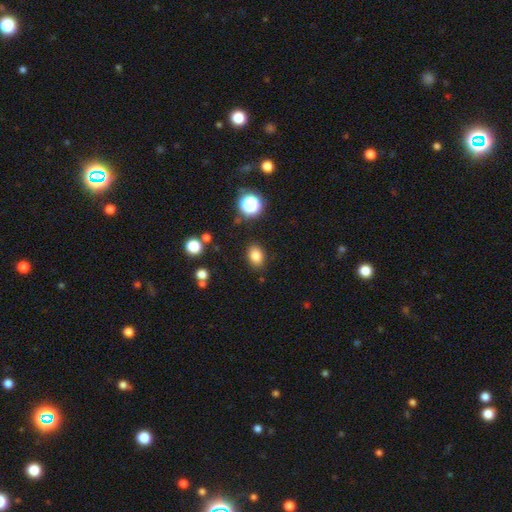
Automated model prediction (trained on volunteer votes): smooth 82%, star or artifact 12%, featured or disk 6%. Down the decision tree: how rounded — in between (71%); merging — none (86%).